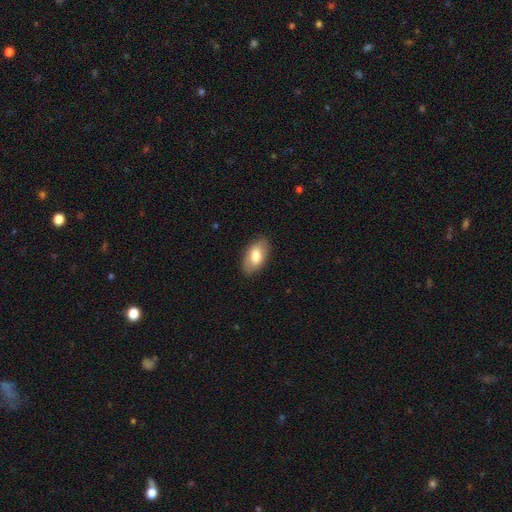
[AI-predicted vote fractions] The model was most divided on "smooth or featured": smooth: 74%, featured or disk: 19%, star or artifact: 6%. More confident: how rounded — in between (94%); merging — none (85%).